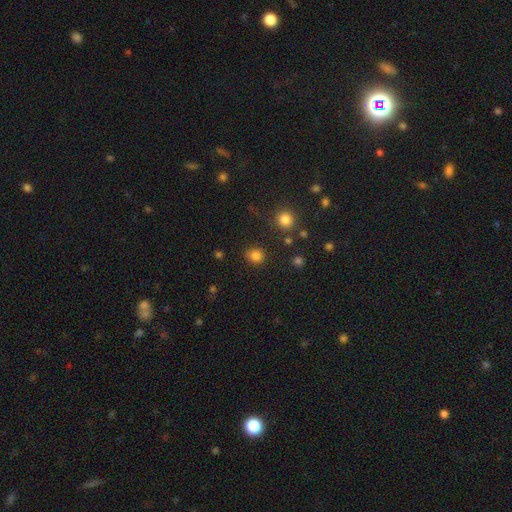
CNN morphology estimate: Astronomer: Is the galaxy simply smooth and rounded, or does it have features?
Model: smooth — 81%.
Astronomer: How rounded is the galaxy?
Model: round — 83%.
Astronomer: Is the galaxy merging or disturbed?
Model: none — 78%.